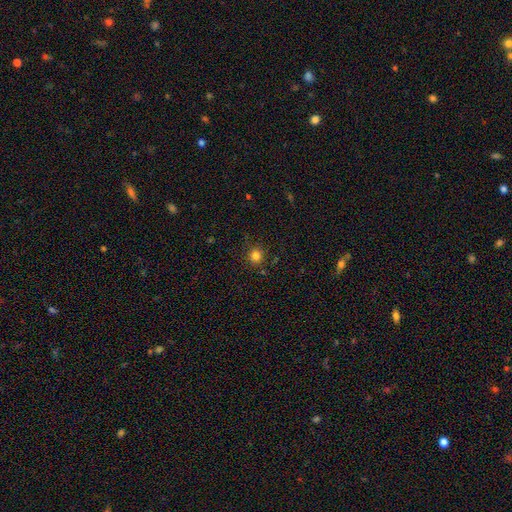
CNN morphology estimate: smooth 81%, star or artifact 14%, featured or disk 5%. Down the decision tree: how rounded — round (92%); merging — none (87%).